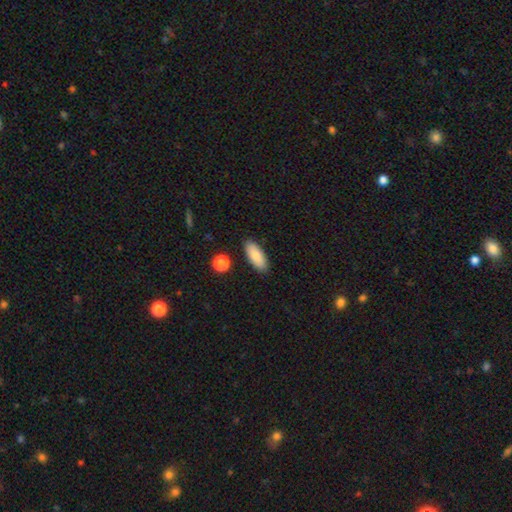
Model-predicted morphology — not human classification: Smooth or featured: smooth — 84% (featured or disk — 10%)
How rounded: in between — 81% (cigar-shaped — 17%)
Merging: none — 88% (minor disturbance — 8%)